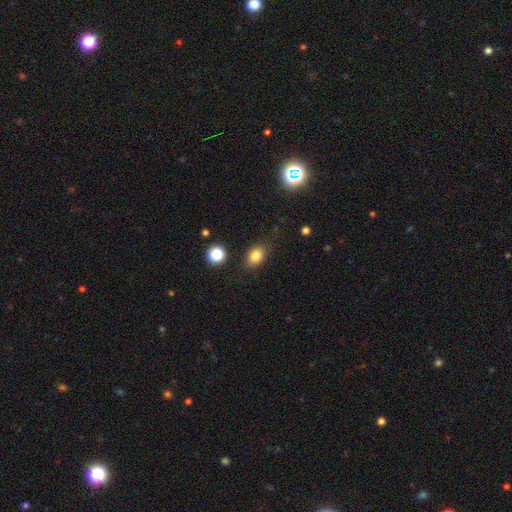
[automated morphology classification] Smooth or featured: smooth — 81% (star or artifact — 11%)
How rounded: in between — 73% (round — 25%)
Merging: none — 79% (minor disturbance — 14%)